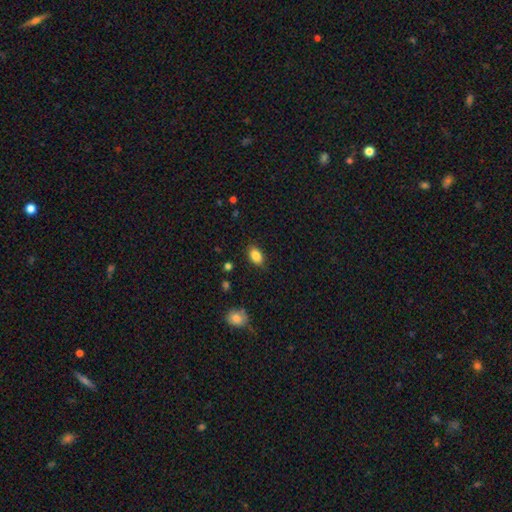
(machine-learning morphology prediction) smooth 86%, star or artifact 8%, featured or disk 5%. Down the decision tree: how rounded — in between (88%); merging — none (84%).